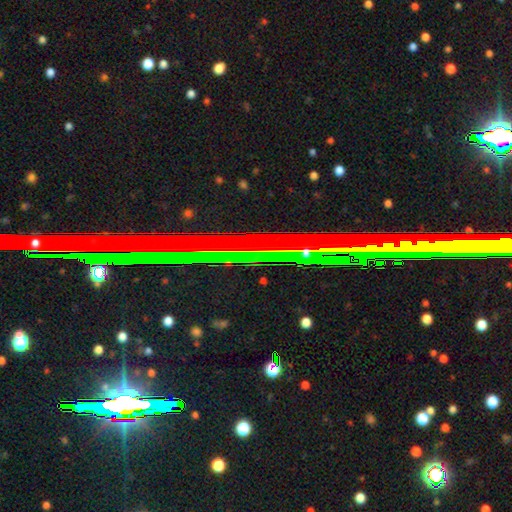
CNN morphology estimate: Q: Smooth or featured?
A: star or artifact (74%); runner-up: featured or disk (17%)